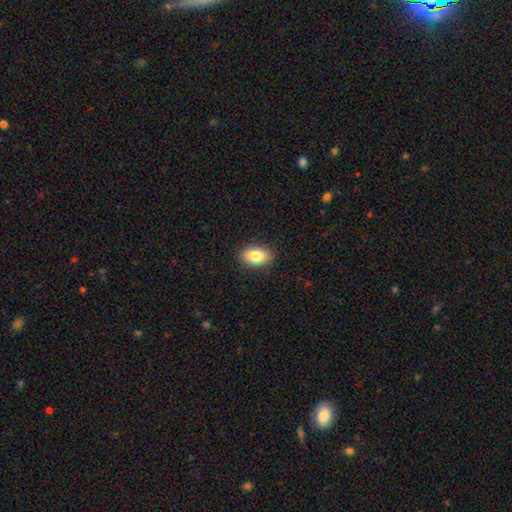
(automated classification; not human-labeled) This appears to be a smooth galaxy with no disk features (84%) that is in between round and cigar-shaped (90%). Merging: none (89%).